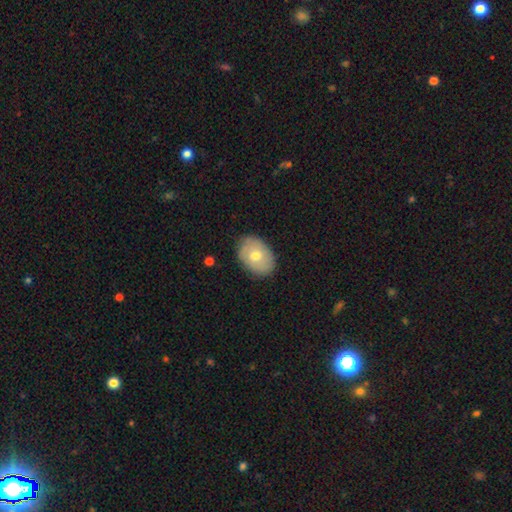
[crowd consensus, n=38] A smooth galaxy with no disk features (66%) that is in between round and cigar-shaped (80%).

Vote fractions:
- Smooth or featured? smooth: 66% / featured or disk: 34% / star or artifact: 0%
- How rounded? in between: 80% / round: 20% / cigar-shaped: 0%
- Merging? none: 68% / minor disturbance: 29% / major disturbance: 3% / merger: 0%